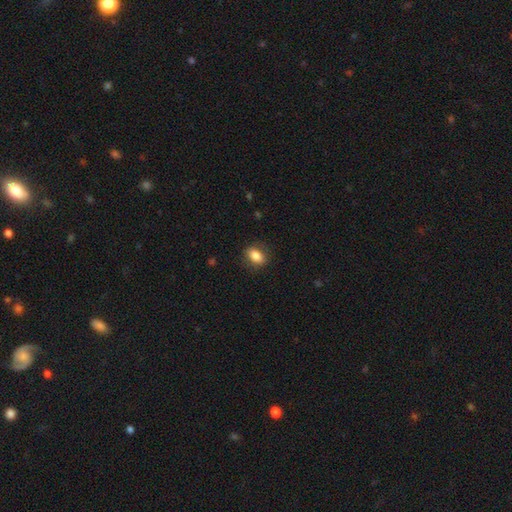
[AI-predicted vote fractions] A smooth galaxy with no disk features (83%) that is in between round and cigar-shaped (79%). Merging: none (83%).